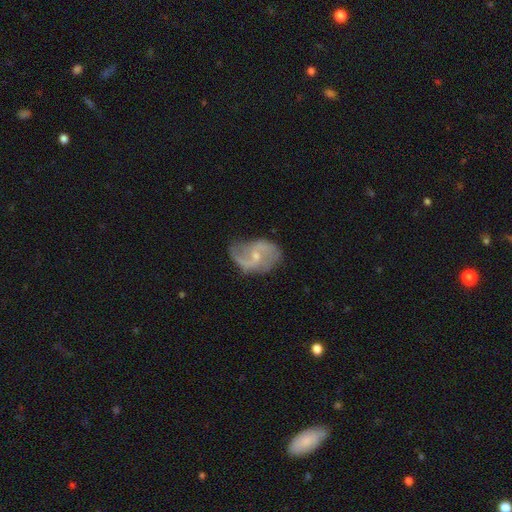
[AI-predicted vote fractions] This is clearly a featured or disk galaxy (84%). It is clearly not viewed edge-on (97%). Bar: possibly weak (50%). Spiral arm pattern: clearly yes (94%). Spiral arm count: clearly 2 (87%). Spiral winding: possibly loose (57%). Central bulge: likely small (62%). Merging: likely none (63%).